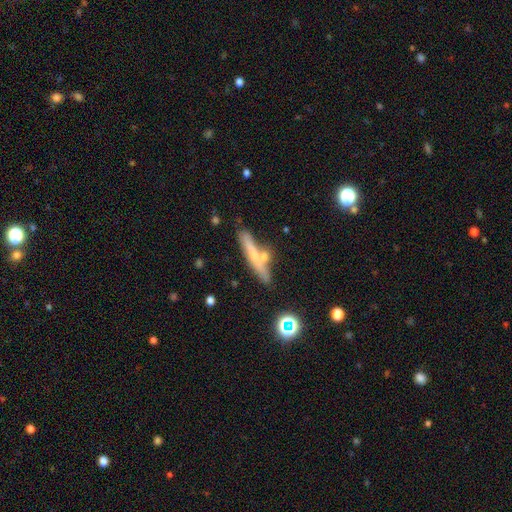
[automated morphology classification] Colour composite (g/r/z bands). It shows a smooth galaxy with no disk features (48%). Merging: none (63%).